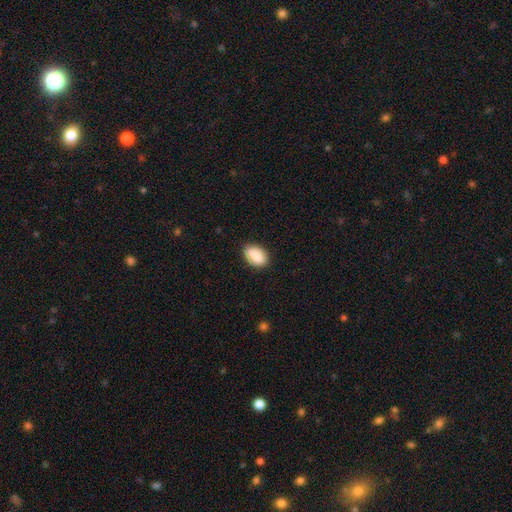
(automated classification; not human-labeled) Smooth or featured: smooth — 86% (featured or disk — 7%)
How rounded: in between — 89% (round — 9%)
Merging: none — 85% (minor disturbance — 12%)